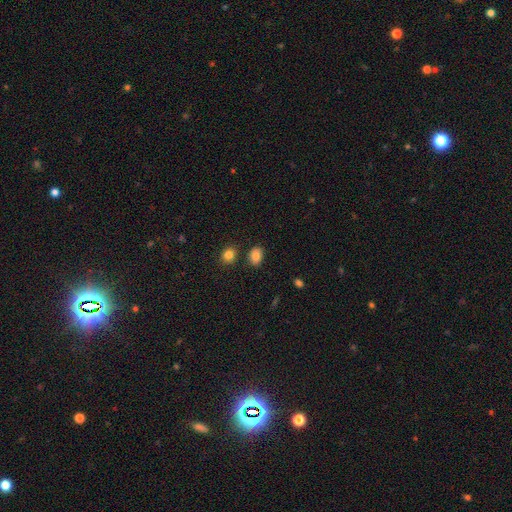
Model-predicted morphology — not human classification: Smooth or featured?
  - smooth: 84% *
  - star or artifact: 10%
  - featured or disk: 6%
How rounded?
  - in between: 71% *
  - round: 28%
  - cigar-shaped: 1%
Merging?
  - none: 82% *
  - minor disturbance: 10%
  - merger: 5%
  - major disturbance: 3%